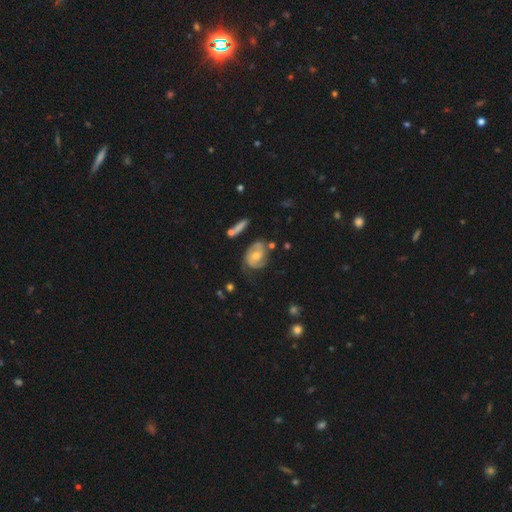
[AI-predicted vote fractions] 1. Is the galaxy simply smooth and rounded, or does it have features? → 74% featured or disk, 20% smooth, 6% star or artifact.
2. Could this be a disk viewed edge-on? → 97% no, 3% yes.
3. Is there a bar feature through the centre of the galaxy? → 63% no, 31% weak, 6% strong.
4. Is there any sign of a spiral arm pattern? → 92% yes, 8% no.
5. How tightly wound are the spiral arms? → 43% tight, 42% medium, 14% loose.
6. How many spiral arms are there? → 73% 2, 12% can't tell, 7% 1, 5% 3, 1% 4, 1% more than 4.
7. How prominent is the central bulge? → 54% moderate, 36% small, 5% large, 4% none, 1% dominant.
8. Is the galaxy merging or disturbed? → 59% none, 24% minor disturbance, 12% major disturbance, 6% merger.